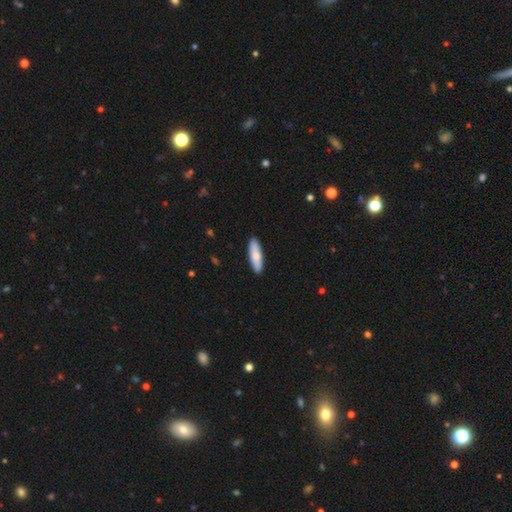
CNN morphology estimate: Smooth or featured?
  - smooth: 78% *
  - featured or disk: 17%
  - star or artifact: 5%
How rounded?
  - cigar-shaped: 57% *
  - in between: 41%
  - round: 2%
Merging?
  - none: 91% *
  - minor disturbance: 7%
  - major disturbance: 1%
  - merger: 1%